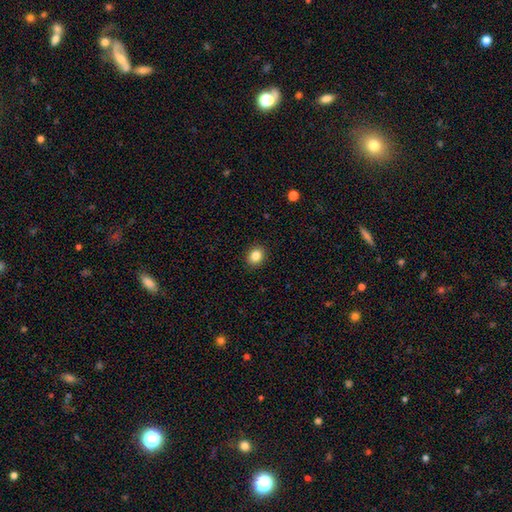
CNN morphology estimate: Smooth or featured: smooth — 85% (star or artifact — 10%)
How rounded: round — 58% (in between — 41%)
Merging: none — 91% (minor disturbance — 6%)